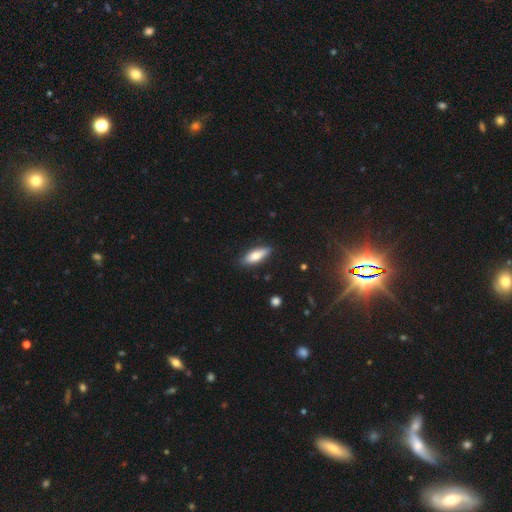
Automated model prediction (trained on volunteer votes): Morphology: type=smooth (73%); roundness=in between (62%); merging=none (86%).